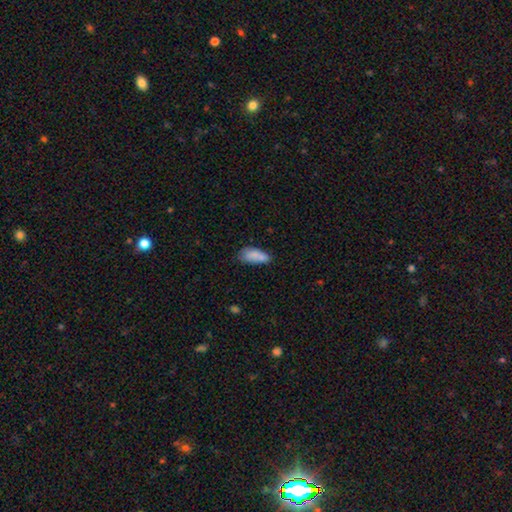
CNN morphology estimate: smooth-or-featured: smooth: 79% | featured or disk: 12% | star or artifact: 8%
  how-rounded: in between: 84% | cigar-shaped: 13% | round: 3%
  merging: none: 45% | minor disturbance: 29% | merger: 16% | major disturbance: 10%